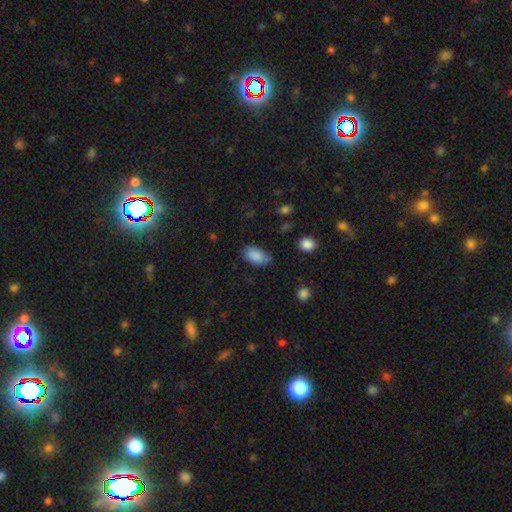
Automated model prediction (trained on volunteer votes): Smooth or featured? Predicted: smooth (p=0.87). How rounded? Predicted: in between (p=0.93). Merging? Predicted: none (p=0.73).